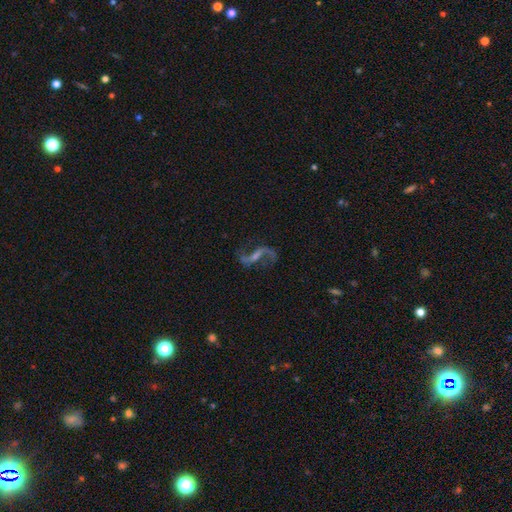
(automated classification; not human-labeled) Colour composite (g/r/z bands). It shows a featured or disk galaxy (85%) with a weak bar (43%), 2 (91%) loose (79%) spiral arms (95%) and a small central bulge (44%). Merging: none (71%).